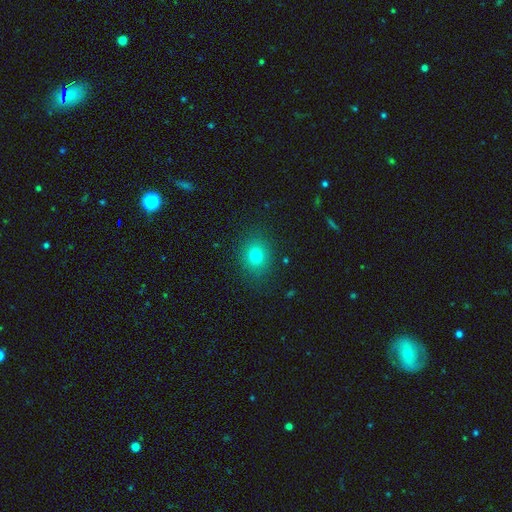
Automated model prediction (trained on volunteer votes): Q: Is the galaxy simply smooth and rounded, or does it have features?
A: smooth — 76%.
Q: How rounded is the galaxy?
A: round — 67%.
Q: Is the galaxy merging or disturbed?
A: none — 87%.